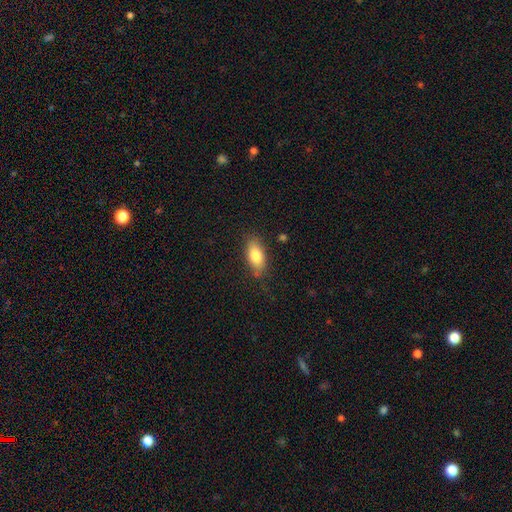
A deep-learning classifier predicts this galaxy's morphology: type=smooth (80%); roundness=in between (87%); merging=none (79%).